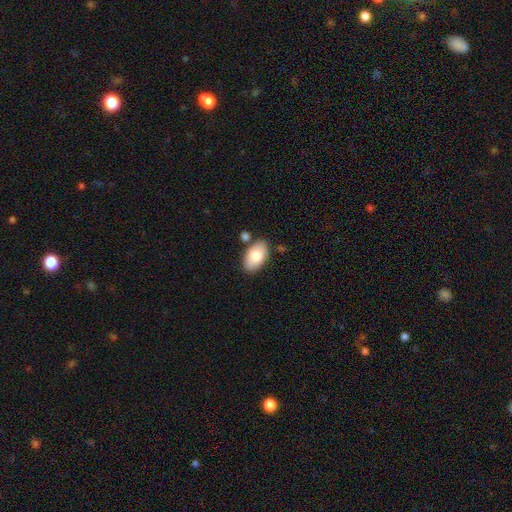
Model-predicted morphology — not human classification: smooth 80%, featured or disk 14%, star or artifact 6%. Down the decision tree: how rounded — in between (94%); merging — none (77%).